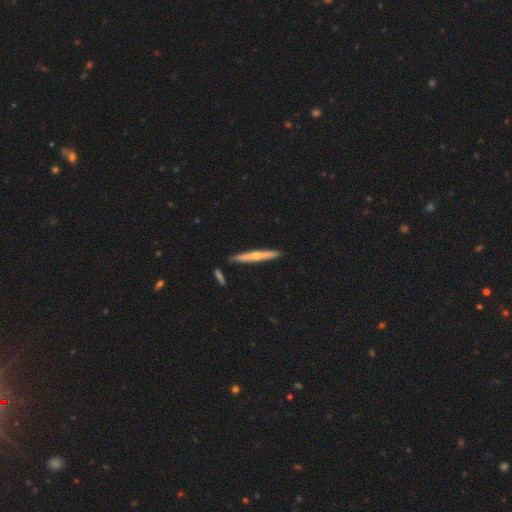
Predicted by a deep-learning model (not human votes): This appears to be a featured or disk galaxy (53%) viewed edge-on (95%) with a rounded central bulge (74%). Merging: none (87%).